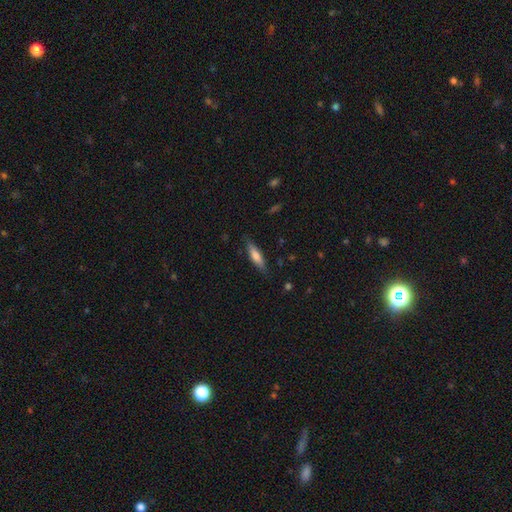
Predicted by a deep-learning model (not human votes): smooth-or-featured: smooth: 67% | featured or disk: 27% | star or artifact: 6%
  how-rounded: cigar-shaped: 70% | in between: 28% | round: 2%
  merging: none: 83% | minor disturbance: 13% | major disturbance: 3% | merger: 1%